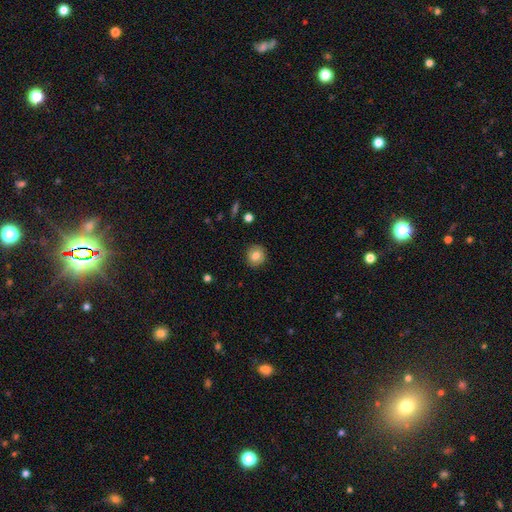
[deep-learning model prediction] Smooth or featured? Predicted: smooth (p=0.79). How rounded? Predicted: round (p=0.88). Merging? Predicted: none (p=0.89).